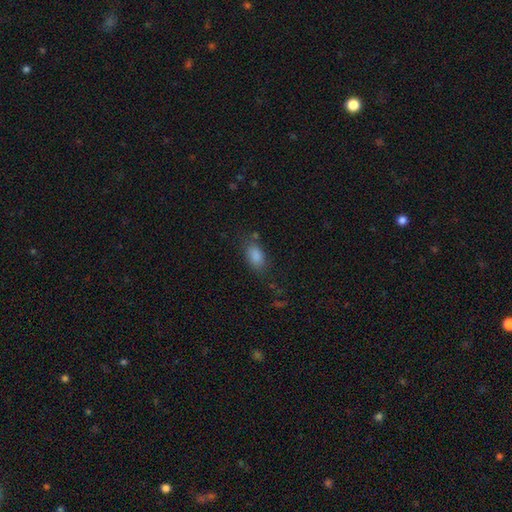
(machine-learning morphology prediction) The model was most divided on "merging": none: 72%, minor disturbance: 18%, major disturbance: 7%, merger: 4%. More confident: how rounded — in between (89%); smooth or featured — smooth (86%).